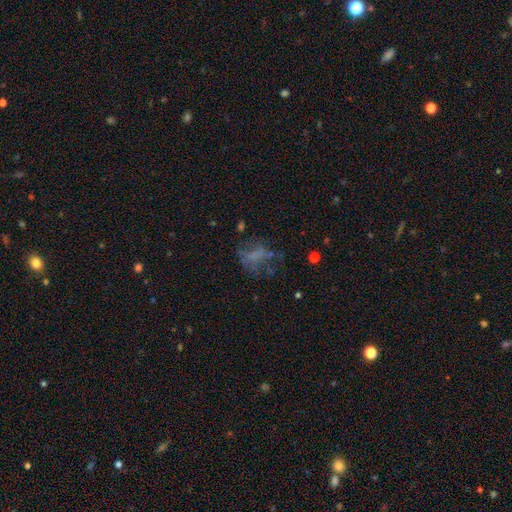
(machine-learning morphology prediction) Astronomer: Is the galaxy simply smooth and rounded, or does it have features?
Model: smooth — 39% (runner-up: featured or disk, 38%).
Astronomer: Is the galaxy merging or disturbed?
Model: none — 45% (runner-up: major disturbance, 31%).